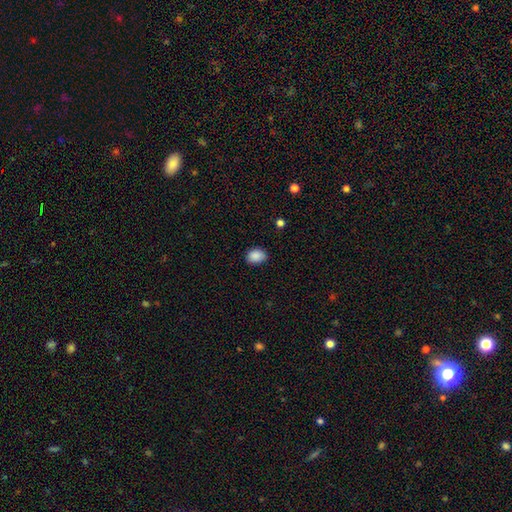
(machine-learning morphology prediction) type=smooth (88%); roundness=in between (68%); merging=none (79%).